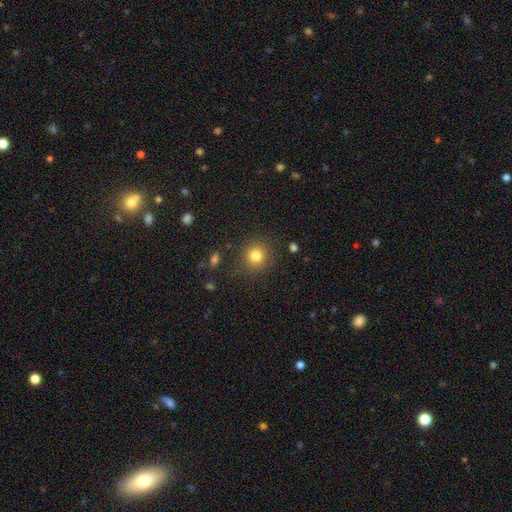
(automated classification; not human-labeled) A smooth galaxy with no disk features (81%) that is round (92%).

Vote fractions:
- Smooth or featured? smooth: 81% / star or artifact: 12% / featured or disk: 6%
- How rounded? round: 92% / in between: 7% / cigar-shaped: 1%
- Merging? none: 88% / minor disturbance: 8% / major disturbance: 3% / merger: 2%